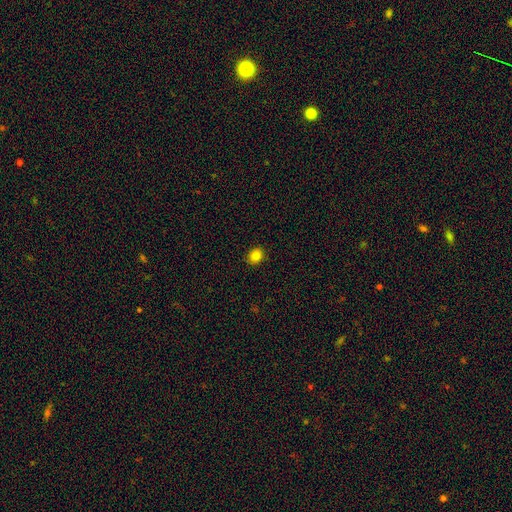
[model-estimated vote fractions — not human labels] This is clearly a smooth galaxy (83%). How rounded: likely round (63%). Merging: clearly none (90%).